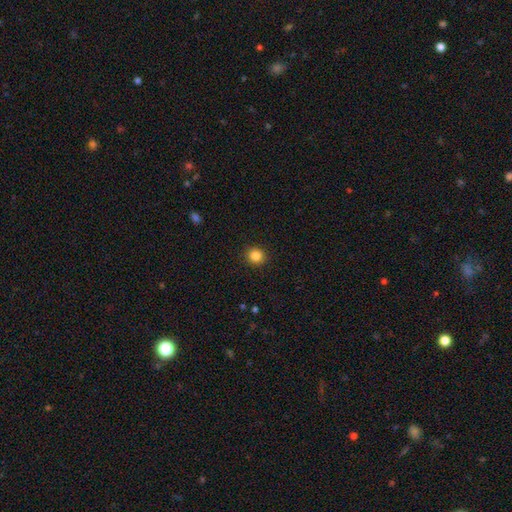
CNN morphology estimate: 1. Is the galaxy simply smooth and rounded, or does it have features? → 84% smooth, 11% star or artifact, 5% featured or disk.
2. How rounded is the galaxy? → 87% round, 12% in between, 1% cigar-shaped.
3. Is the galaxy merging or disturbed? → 92% none, 6% minor disturbance, 2% major disturbance, 1% merger.